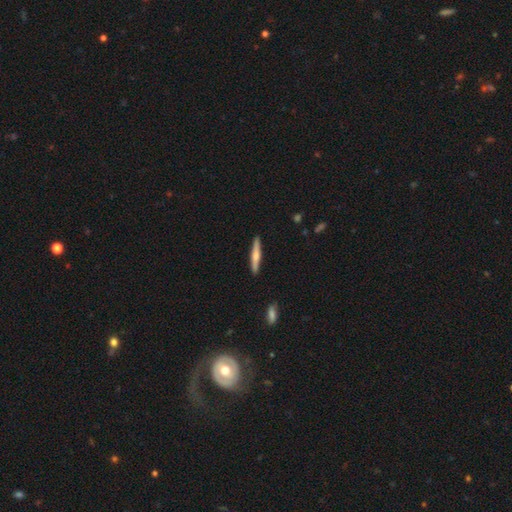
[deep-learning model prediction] This appears to be a smooth galaxy with no disk features (52%) that is cigar-shaped (93%). Merging: none (90%).